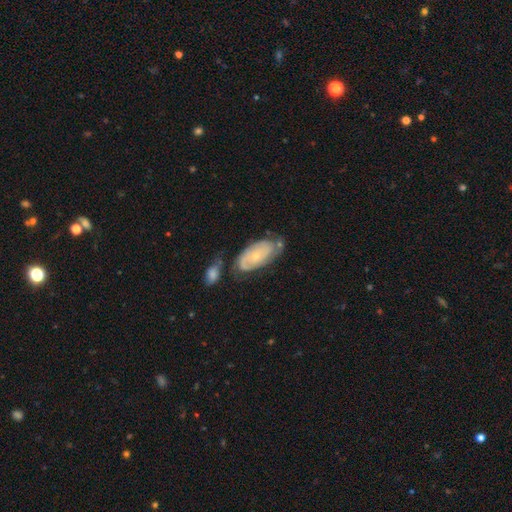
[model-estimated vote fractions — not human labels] This appears to be a featured or disk galaxy (63%) with no bar (81%), spiral arms (77%) and a small central bulge (75%). Merging: none (49%).